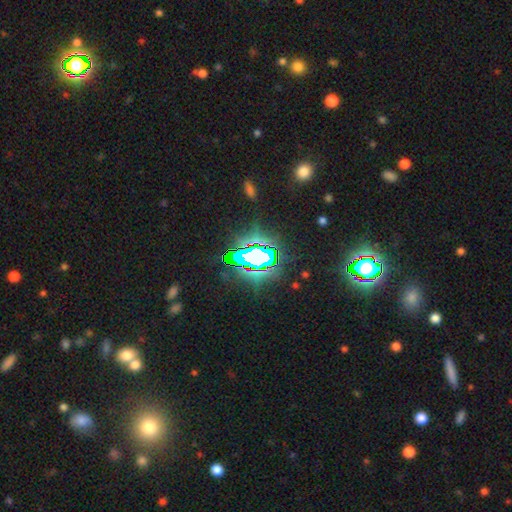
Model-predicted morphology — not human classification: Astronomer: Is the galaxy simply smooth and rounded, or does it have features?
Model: star or artifact — 72%.